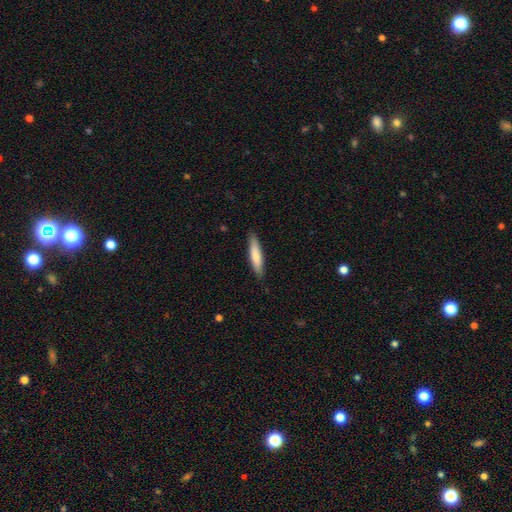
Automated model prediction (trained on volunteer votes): smooth_or_featured: smooth (p=0.75) [alt: featured or disk p=0.20]
how_rounded: cigar-shaped (p=0.84) [alt: in between p=0.15]
merging: none (p=0.87) [alt: minor disturbance p=0.10]